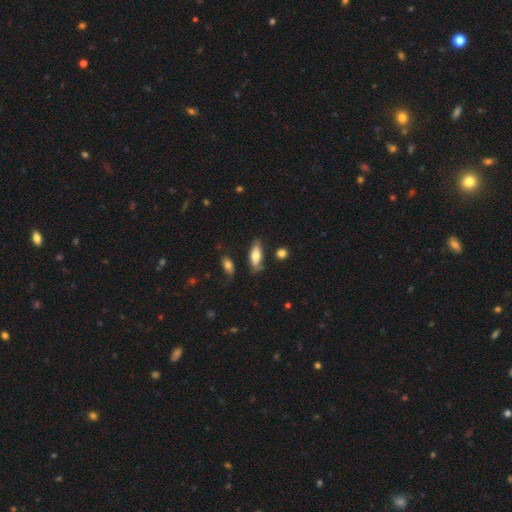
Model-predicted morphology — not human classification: A smooth galaxy with no disk features (70%) that is in between round and cigar-shaped (73%). Merging: none (72%).